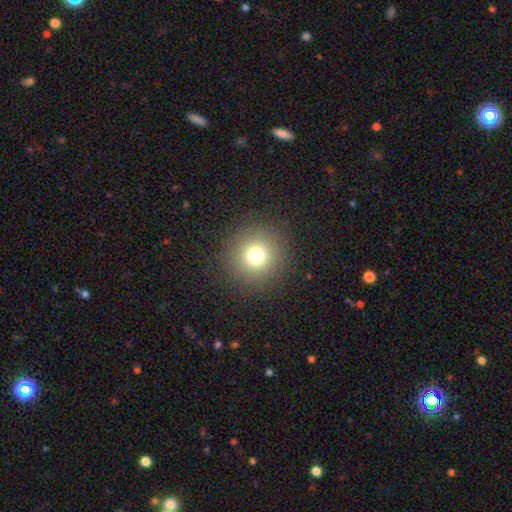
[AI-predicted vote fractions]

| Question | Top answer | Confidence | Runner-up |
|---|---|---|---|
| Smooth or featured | smooth | 75% | star or artifact (16%) |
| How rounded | round | 95% | in between (4%) |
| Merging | none | 91% | minor disturbance (5%) |